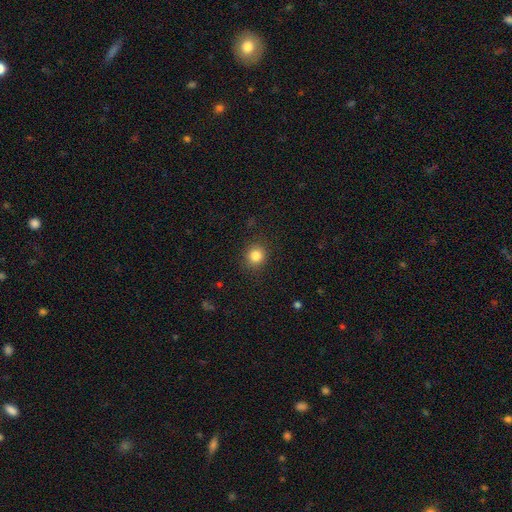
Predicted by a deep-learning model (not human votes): A smooth galaxy with no disk features (84%) that is round (86%).

Vote fractions:
- Smooth or featured? smooth: 84% / star or artifact: 11% / featured or disk: 5%
- How rounded? round: 86% / in between: 13% / cigar-shaped: 1%
- Merging? none: 89% / minor disturbance: 7% / major disturbance: 3% / merger: 1%